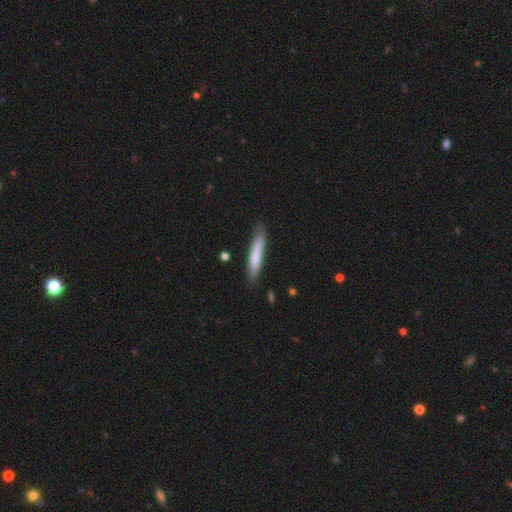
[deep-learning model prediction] Smooth or featured?
  - smooth: 73% *
  - featured or disk: 21%
  - star or artifact: 6%
How rounded?
  - cigar-shaped: 91% *
  - in between: 8%
  - round: 1%
Merging?
  - none: 81% *
  - minor disturbance: 14%
  - major disturbance: 2%
  - merger: 2%